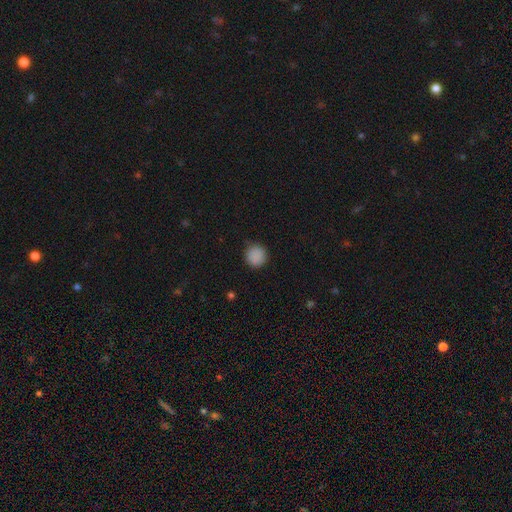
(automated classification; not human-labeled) This is clearly a smooth galaxy (88%). How rounded: clearly round (94%). Merging: clearly none (88%).